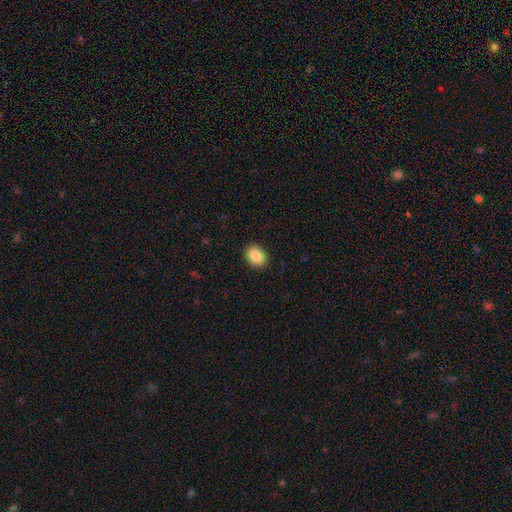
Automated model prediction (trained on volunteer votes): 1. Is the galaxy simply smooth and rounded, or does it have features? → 87% smooth, 8% star or artifact, 5% featured or disk.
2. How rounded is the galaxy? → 69% in between, 30% round, 1% cigar-shaped.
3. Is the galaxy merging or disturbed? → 90% none, 7% minor disturbance, 2% major disturbance, 1% merger.